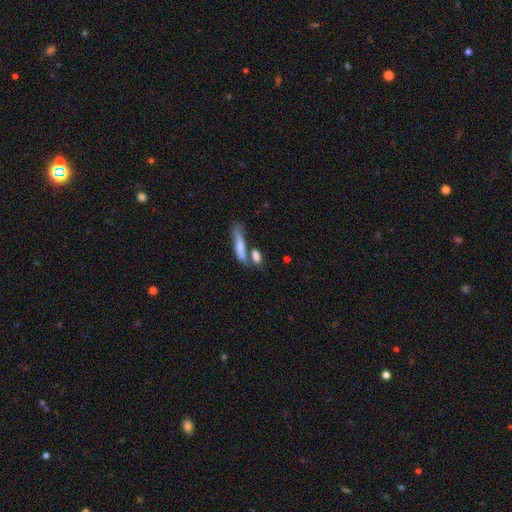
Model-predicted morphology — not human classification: Smooth or featured? Predicted: smooth (p=0.73). How rounded? Predicted: cigar-shaped (p=0.49). Merging? Predicted: none (p=0.45).